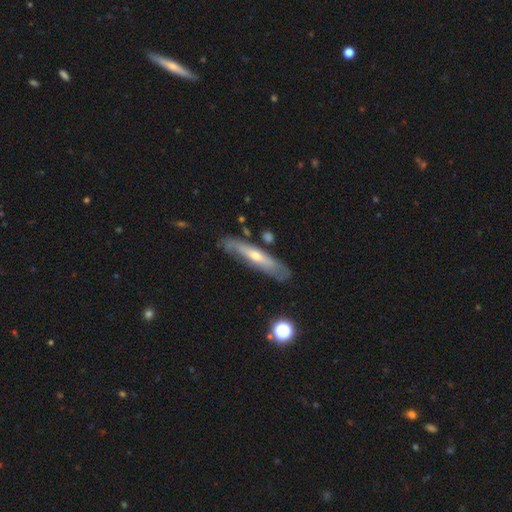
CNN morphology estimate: Smooth or featured: featured or disk — 60% (smooth — 33%)
Edge-on disk: yes — 68% (no — 32%)
Merging: none — 75% (minor disturbance — 17%)